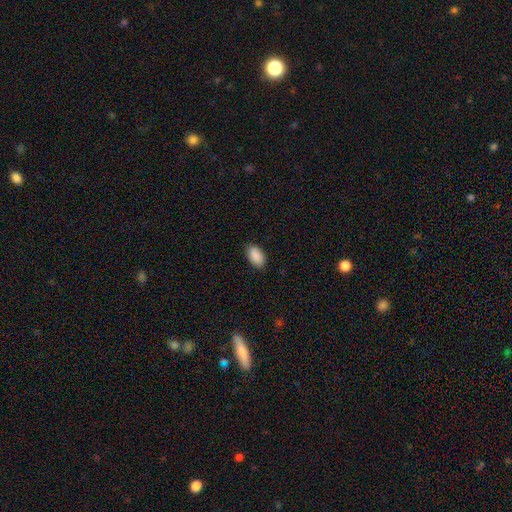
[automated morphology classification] Smooth or featured? Predicted: smooth (p=0.91). How rounded? Predicted: in between (p=0.94). Merging? Predicted: none (p=0.86).